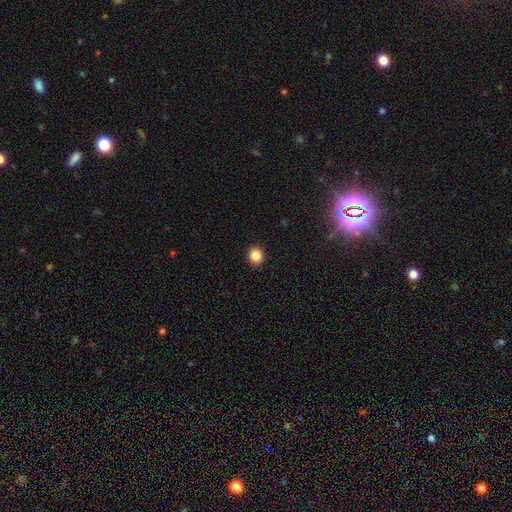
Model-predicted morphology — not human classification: Smooth or featured? Predicted: smooth (p=0.86). How rounded? Predicted: round (p=0.76). Merging? Predicted: none (p=0.92).